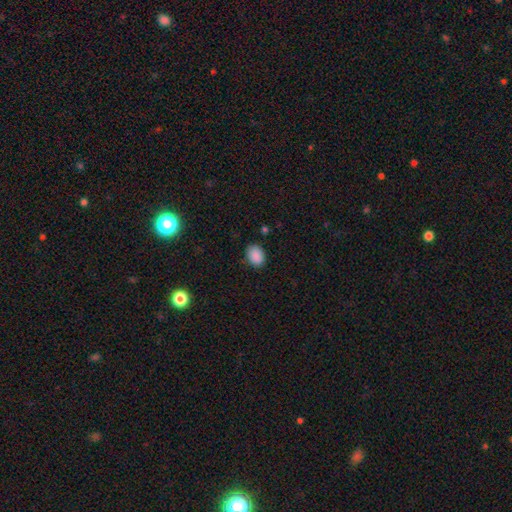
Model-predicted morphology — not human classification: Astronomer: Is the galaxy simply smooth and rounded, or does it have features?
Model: smooth — 89%.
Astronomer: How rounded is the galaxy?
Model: in between — 68%.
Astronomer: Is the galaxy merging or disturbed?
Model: none — 83%.